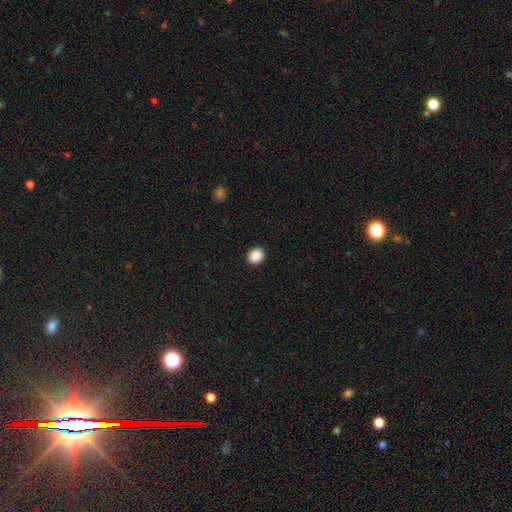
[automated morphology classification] This is clearly a smooth galaxy (89%). How rounded: likely round (65%). Merging: clearly none (92%).